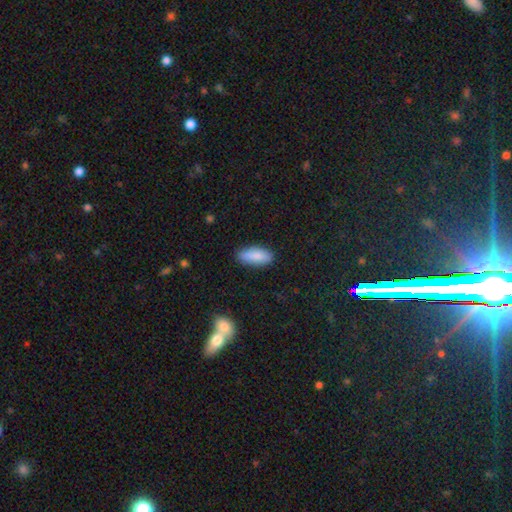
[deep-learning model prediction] smooth 86%, featured or disk 8%, star or artifact 6%. Down the decision tree: how rounded — in between (77%); merging — none (85%).